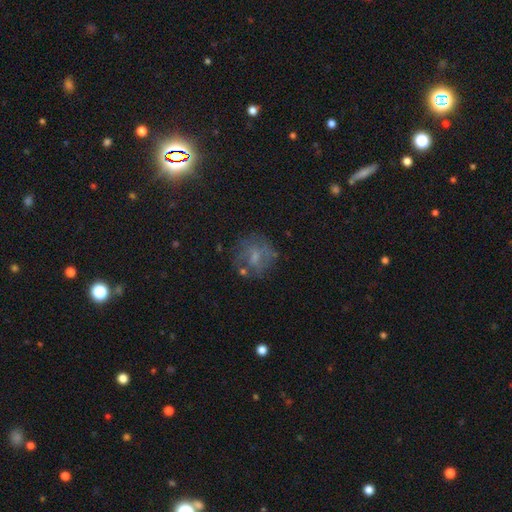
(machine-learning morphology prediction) smooth_or_featured: featured or disk (p=0.45) [alt: smooth p=0.40]
merging: none (p=0.62) [alt: minor disturbance p=0.19]